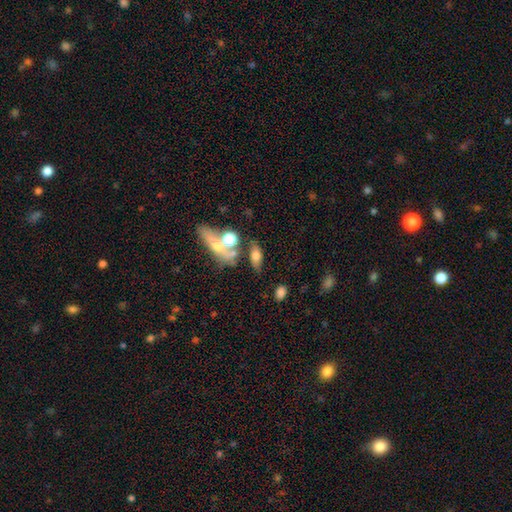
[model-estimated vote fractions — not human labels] Overall: smooth (58%; featured or disk 32%). How rounded: in between (67%). Merging: none (53%; merger 25%).